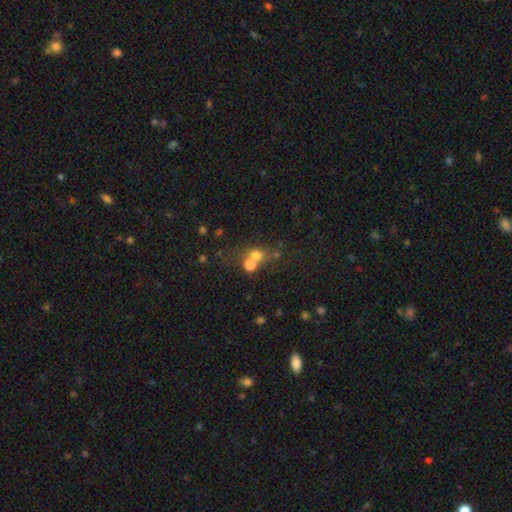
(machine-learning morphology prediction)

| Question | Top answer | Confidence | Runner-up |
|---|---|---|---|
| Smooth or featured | smooth | 67% | star or artifact (19%) |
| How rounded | round | 74% | in between (25%) |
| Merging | merger | 46% | none (42%) |